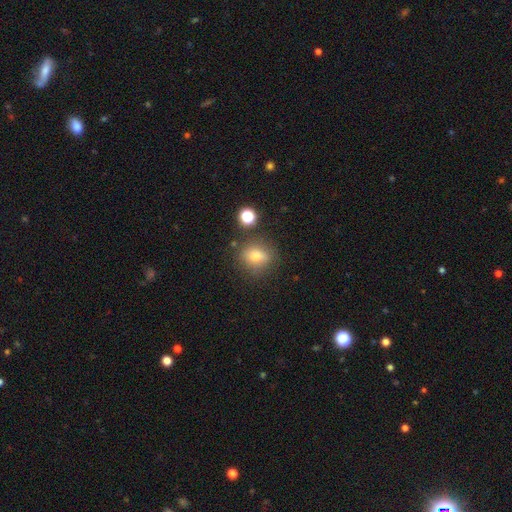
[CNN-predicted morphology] Q: Smooth or featured?
A: smooth (75%); runner-up: star or artifact (13%)
Q: How rounded?
A: round (59%); runner-up: in between (39%)
Q: Merging?
A: none (77%); runner-up: minor disturbance (14%)